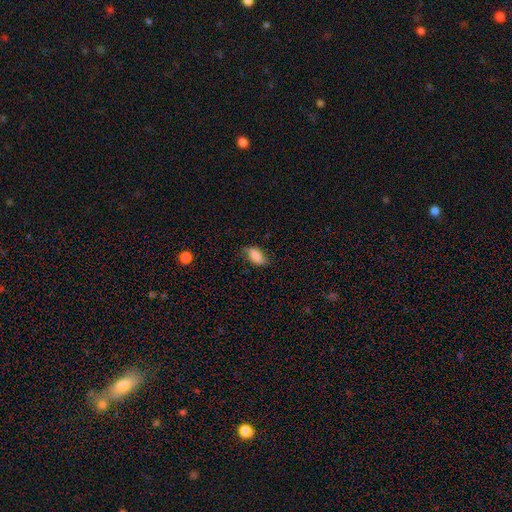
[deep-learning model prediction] This appears to be a smooth galaxy with no disk features (81%) that is in between round and cigar-shaped (89%). Merging: none (68%).